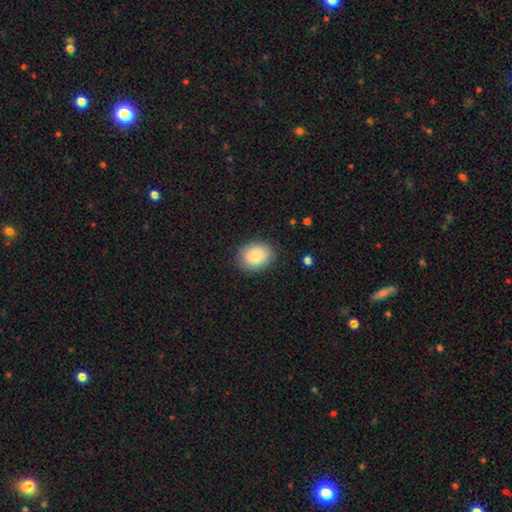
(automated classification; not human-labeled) smooth-or-featured: smooth: 84% | featured or disk: 9% | star or artifact: 7%
  how-rounded: in between: 54% | round: 45% | cigar-shaped: 1%
  merging: none: 86% | minor disturbance: 11% | major disturbance: 3% | merger: 1%